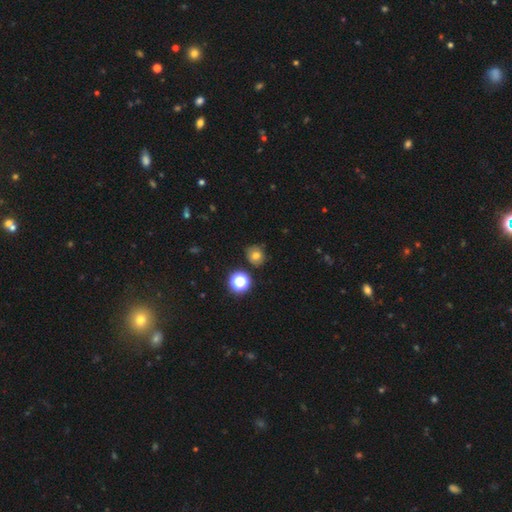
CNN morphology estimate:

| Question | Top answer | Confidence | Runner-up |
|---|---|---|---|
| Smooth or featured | smooth | 70% | star or artifact (19%) |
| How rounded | round | 81% | in between (18%) |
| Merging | none | 78% | minor disturbance (14%) |